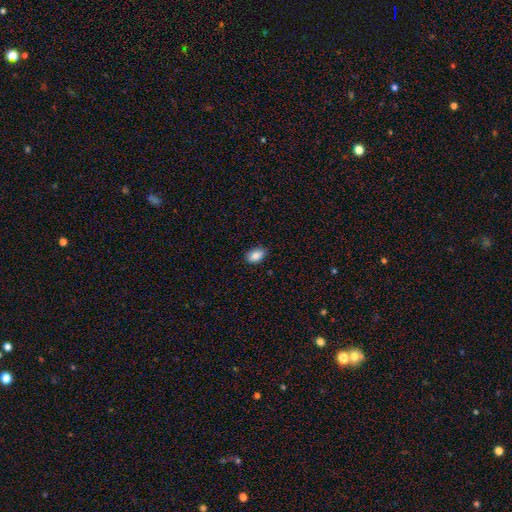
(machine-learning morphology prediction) This is clearly a smooth galaxy (88%). How rounded: clearly in between (90%). Merging: clearly none (85%).